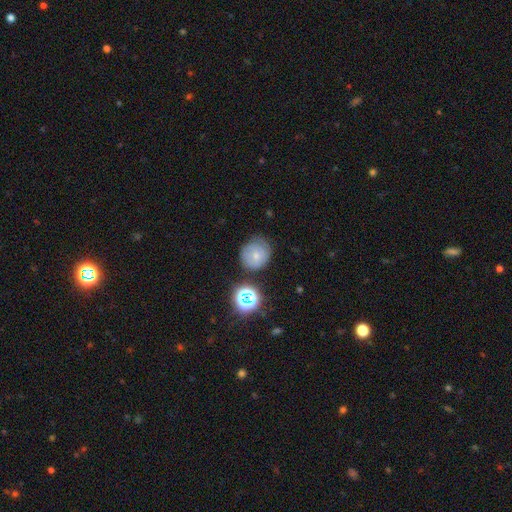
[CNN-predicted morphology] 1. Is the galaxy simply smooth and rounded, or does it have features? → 58% smooth, 27% featured or disk, 15% star or artifact.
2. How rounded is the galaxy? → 88% round, 11% in between, 1% cigar-shaped.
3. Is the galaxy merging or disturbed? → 67% none, 21% minor disturbance, 6% major disturbance, 6% merger.